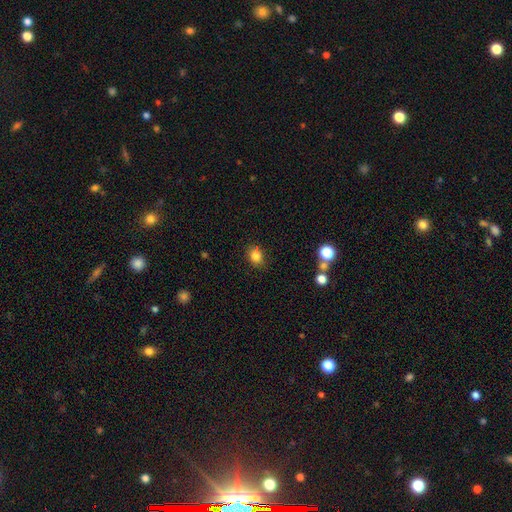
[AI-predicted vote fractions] This appears to be a smooth galaxy with no disk features (83%) that is in between round and cigar-shaped (52%). Merging: none (85%).